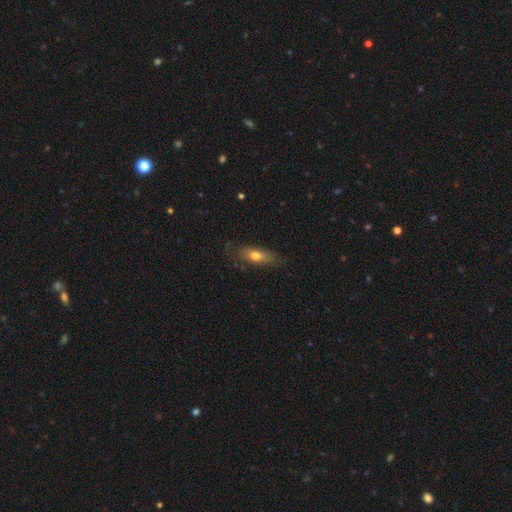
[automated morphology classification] This is likely a smooth galaxy (67%). How rounded: likely in between (65%). Merging: likely none (69%).